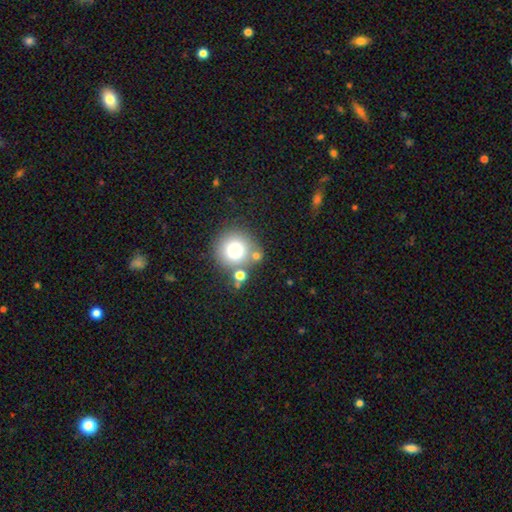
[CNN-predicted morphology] Smooth or featured?
  - smooth: 76% *
  - star or artifact: 12%
  - featured or disk: 12%
How rounded?
  - round: 92% *
  - in between: 7%
  - cigar-shaped: 1%
Merging?
  - none: 68% *
  - merger: 16%
  - minor disturbance: 11%
  - major disturbance: 5%